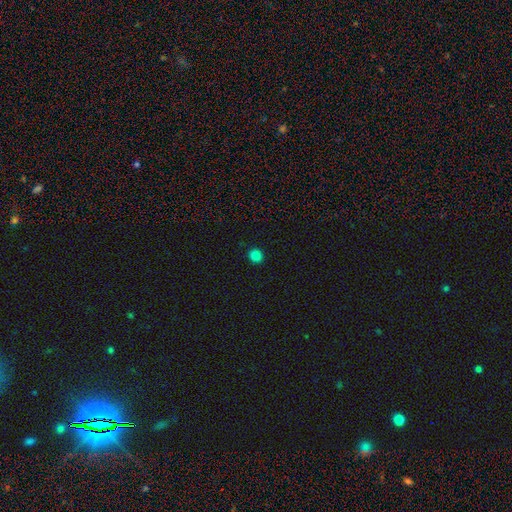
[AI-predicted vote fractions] Smooth or featured? Predicted: smooth (p=0.83). How rounded? Predicted: round (p=0.87). Merging? Predicted: none (p=0.91).